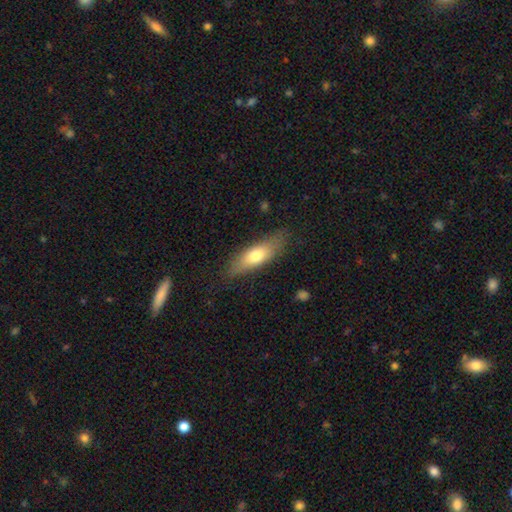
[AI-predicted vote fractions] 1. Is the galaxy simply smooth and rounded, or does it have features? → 66% smooth, 27% featured or disk, 6% star or artifact.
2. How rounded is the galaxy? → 53% in between, 44% cigar-shaped, 3% round.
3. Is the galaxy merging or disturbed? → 79% none, 15% minor disturbance, 4% major disturbance, 1% merger.